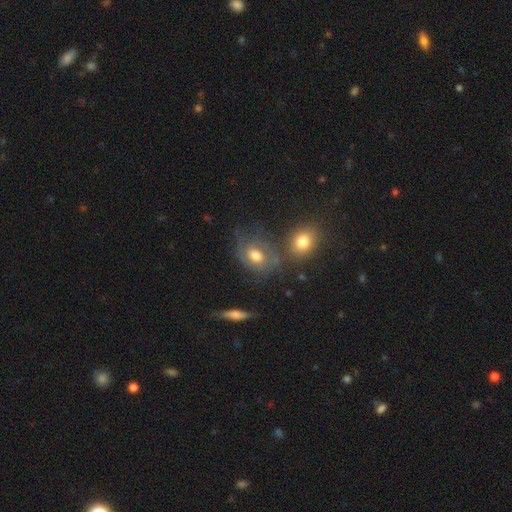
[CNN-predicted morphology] Smooth or featured?
  - featured or disk: 63% *
  - smooth: 27%
  - star or artifact: 10%
Edge-on disk?
  - no: 95% *
  - yes: 5%
Bar?
  - no: 59% *
  - weak: 33%
  - strong: 8%
Spiral arms?
  - yes: 82% *
  - no: 18%
Bulge size?
  - moderate: 51% *
  - large: 34%
  - small: 9%
  - none: 3%
  - dominant: 3%
Merging?
  - none: 55% *
  - minor disturbance: 20%
  - merger: 13%
  - major disturbance: 12%